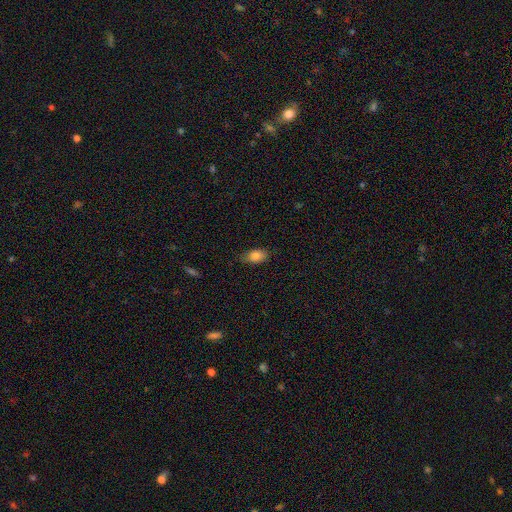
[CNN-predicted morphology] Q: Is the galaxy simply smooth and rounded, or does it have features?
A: smooth — 83%.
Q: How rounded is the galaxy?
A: in between — 88%.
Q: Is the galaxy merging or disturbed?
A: none — 77%.